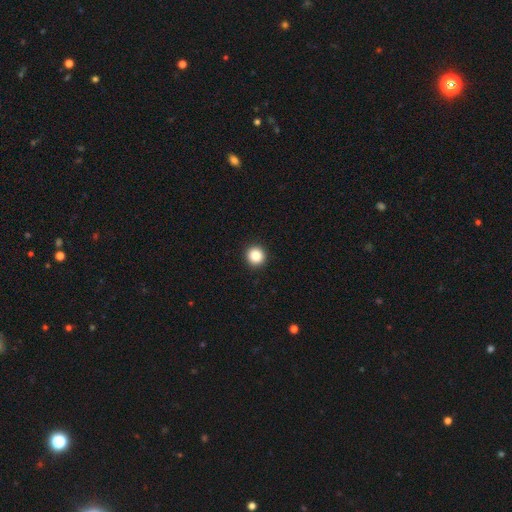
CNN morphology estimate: smooth 87%, star or artifact 10%, featured or disk 3%. Down the decision tree: how rounded — round (95%); merging — none (93%).